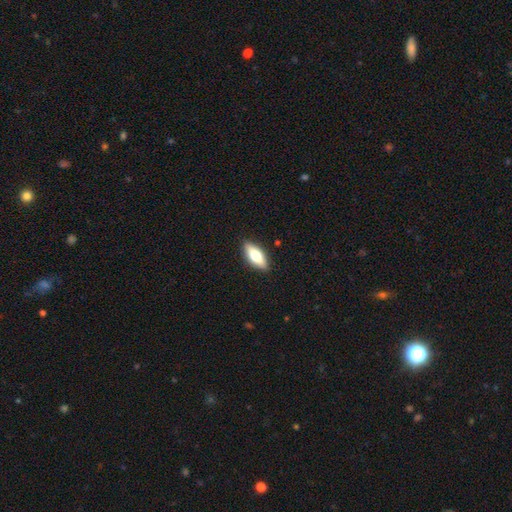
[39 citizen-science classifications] Smooth or featured? smooth (62%)
How rounded? in between (75%)
Merging? none (86%)